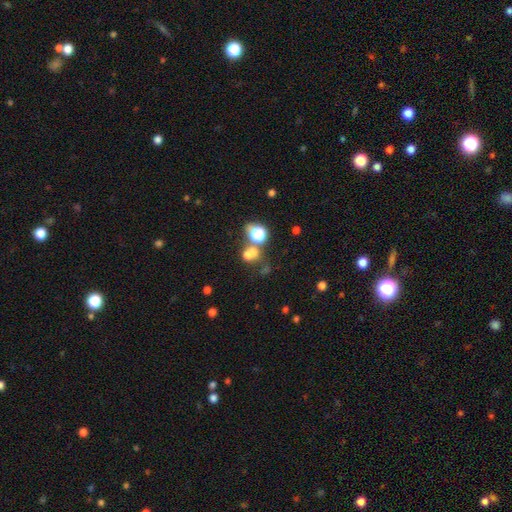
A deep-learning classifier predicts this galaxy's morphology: Overall: star or artifact (47%; smooth 41%).